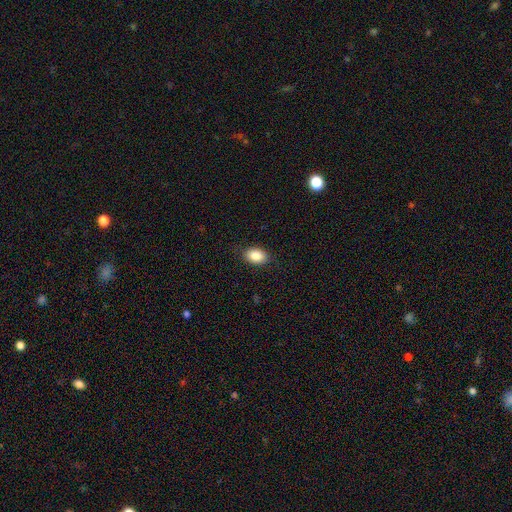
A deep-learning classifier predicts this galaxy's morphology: smooth-or-featured: smooth: 88% | star or artifact: 8% | featured or disk: 5%
  how-rounded: in between: 86% | round: 13% | cigar-shaped: 1%
  merging: none: 86% | minor disturbance: 10% | major disturbance: 3% | merger: 1%